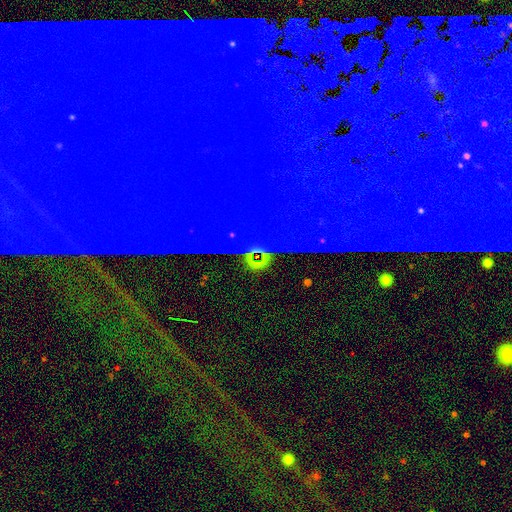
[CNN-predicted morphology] Smooth or featured? star or artifact (84%)